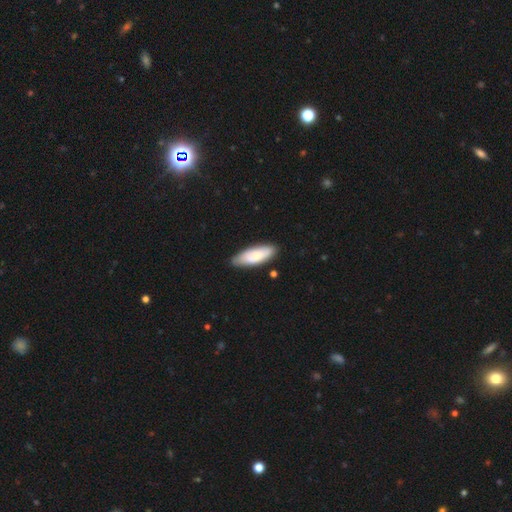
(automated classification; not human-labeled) The model was most divided on "how rounded": in between: 63%, cigar-shaped: 36%, round: 2%. More confident: merging — none (81%); smooth or featured — smooth (76%).